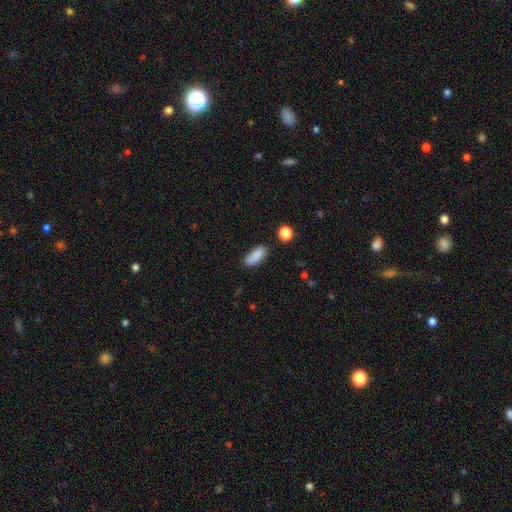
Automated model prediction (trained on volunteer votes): smooth_or_featured: smooth (p=0.84) [alt: star or artifact p=0.08]
how_rounded: in between (p=0.86) [alt: cigar-shaped p=0.10]
merging: none (p=0.72) [alt: minor disturbance p=0.18]